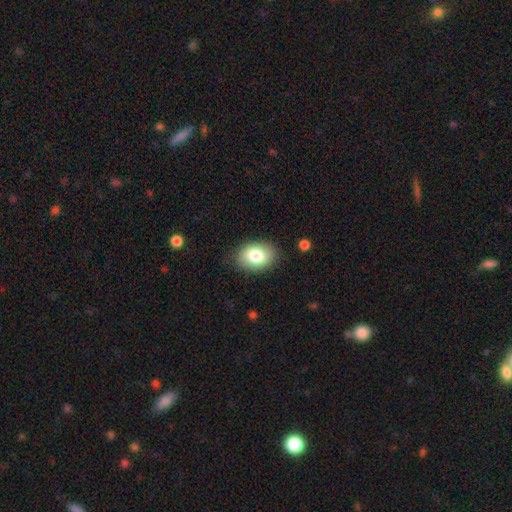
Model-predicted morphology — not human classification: Smooth or featured? smooth (80%)
How rounded? in between (78%)
Merging? none (85%)